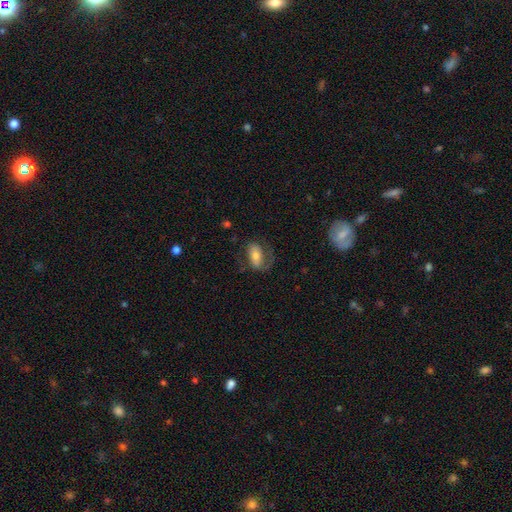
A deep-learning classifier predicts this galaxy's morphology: smooth_or_featured: smooth (p=0.52) [alt: featured or disk p=0.41]
how_rounded: in between (p=0.88) [alt: round p=0.07]
merging: none (p=0.55) [alt: minor disturbance p=0.22]